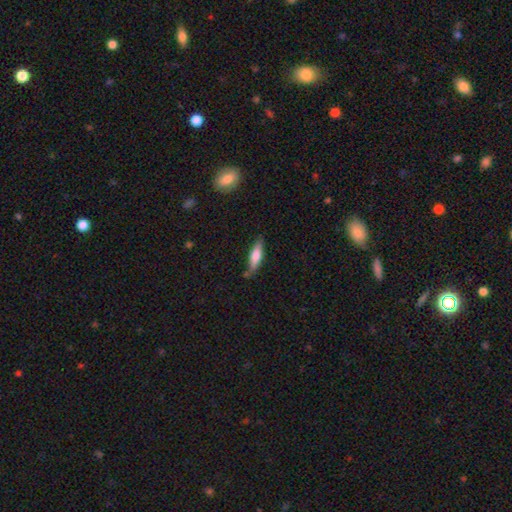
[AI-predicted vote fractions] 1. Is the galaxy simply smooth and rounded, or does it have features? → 67% smooth, 27% featured or disk, 6% star or artifact.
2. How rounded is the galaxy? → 64% cigar-shaped, 34% in between, 2% round.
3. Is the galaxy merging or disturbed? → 70% none, 21% minor disturbance, 5% merger, 4% major disturbance.